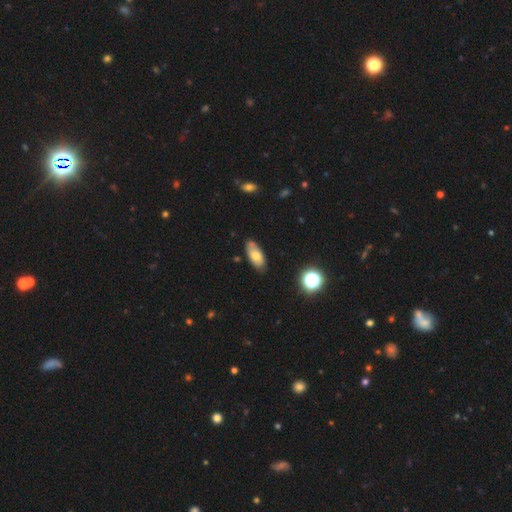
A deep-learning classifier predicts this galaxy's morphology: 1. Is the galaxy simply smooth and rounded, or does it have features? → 66% smooth, 25% featured or disk, 9% star or artifact.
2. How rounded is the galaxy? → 88% in between, 9% cigar-shaped, 3% round.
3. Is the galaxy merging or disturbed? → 71% none, 22% minor disturbance, 4% major disturbance, 3% merger.